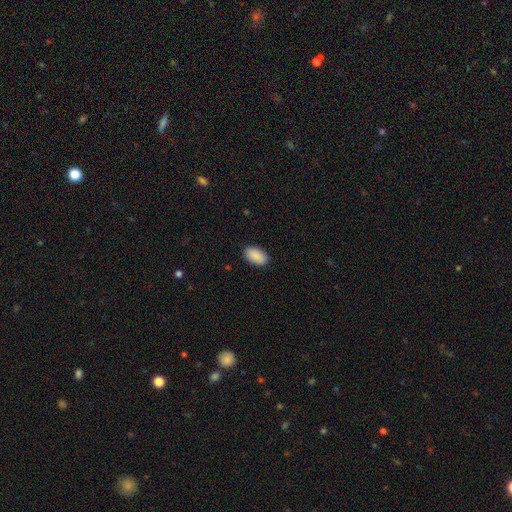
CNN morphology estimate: Smooth or featured? smooth (91%)
How rounded? in between (95%)
Merging? none (89%)